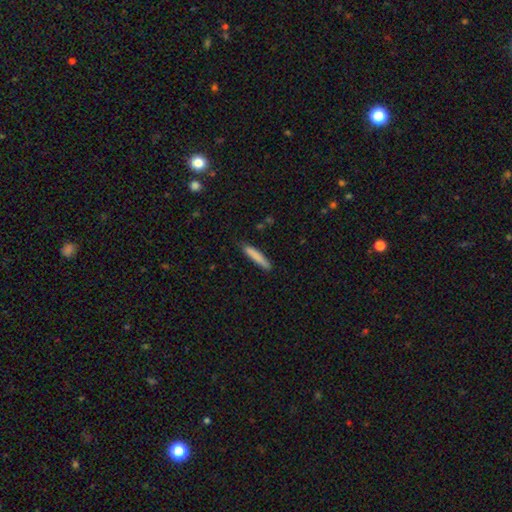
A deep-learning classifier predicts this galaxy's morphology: Smooth or featured? smooth (83%)
How rounded? cigar-shaped (91%)
Merging? none (83%)